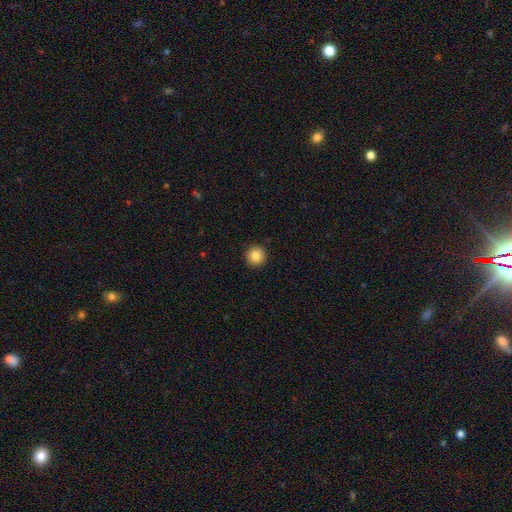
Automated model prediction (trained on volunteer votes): Overall: smooth (85%). How rounded: round (96%). Merging: none (93%).